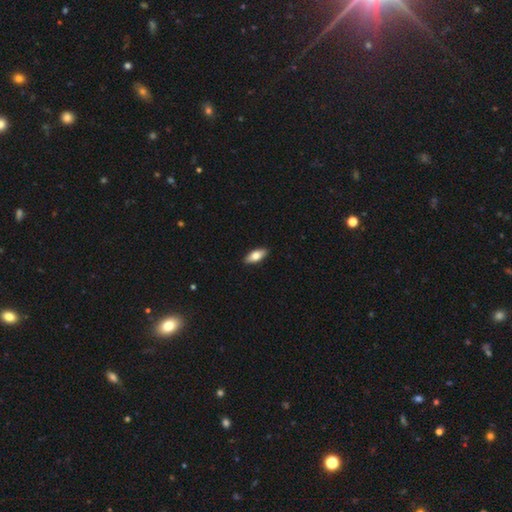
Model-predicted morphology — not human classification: Overall: smooth (76%). How rounded: in between (82%). Merging: none (90%).